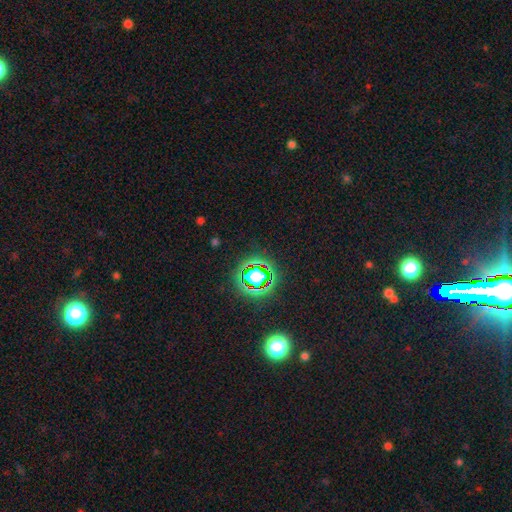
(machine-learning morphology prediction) Smooth or featured: star or artifact — 77% (smooth — 14%)